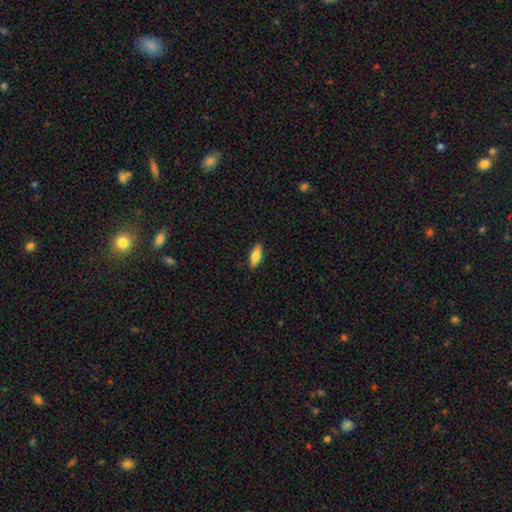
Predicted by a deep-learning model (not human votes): Smooth or featured? smooth (74%)
How rounded? in between (65%)
Merging? none (88%)